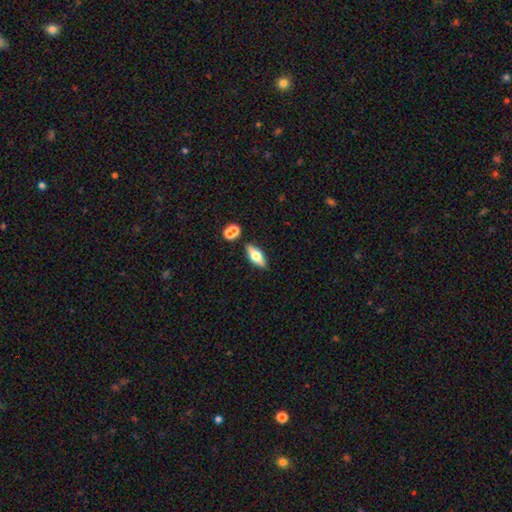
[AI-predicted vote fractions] Q: Smooth or featured?
A: smooth (51%); runner-up: featured or disk (42%)
Q: How rounded?
A: in between (69%); runner-up: cigar-shaped (27%)
Q: Merging?
A: none (82%); runner-up: minor disturbance (9%)